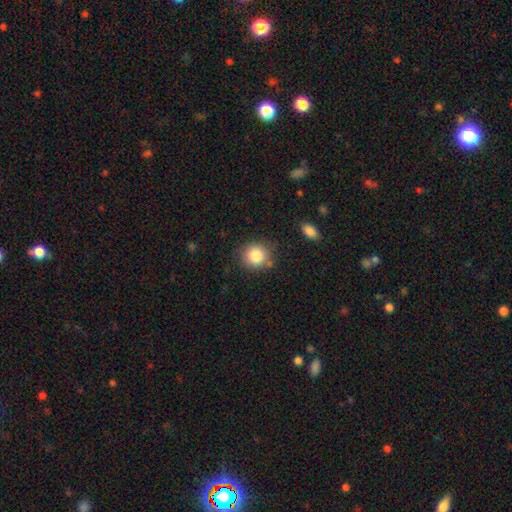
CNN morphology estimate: This appears to be a smooth galaxy with no disk features (84%) that is round (84%). Merging: none (80%).